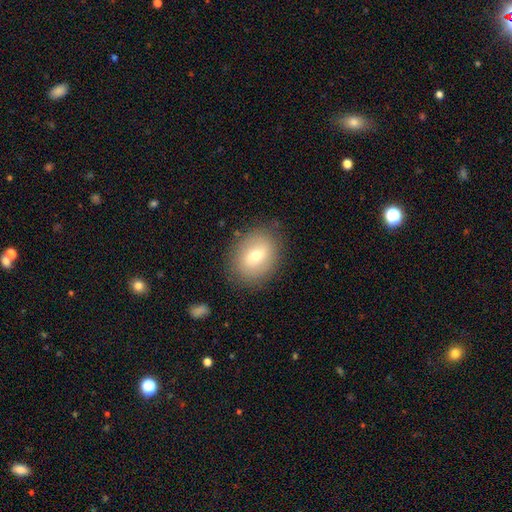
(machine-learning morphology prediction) This appears to be a smooth galaxy with no disk features (63%) that is in between round and cigar-shaped (55%). Merging: none (84%).